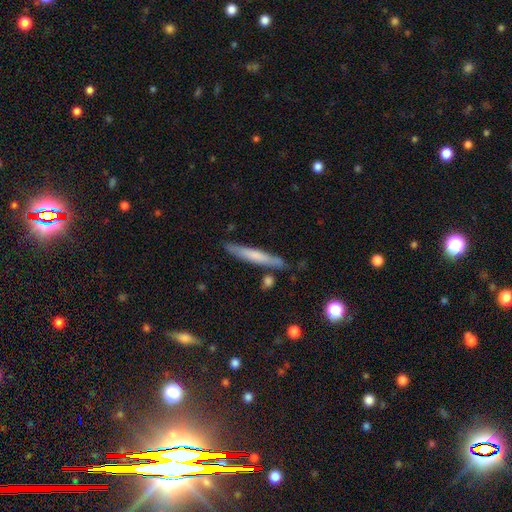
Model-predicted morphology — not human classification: The model was most divided on "smooth or featured": smooth: 61%, featured or disk: 34%, star or artifact: 6%. More confident: how rounded — cigar-shaped (94%); merging — none (82%).